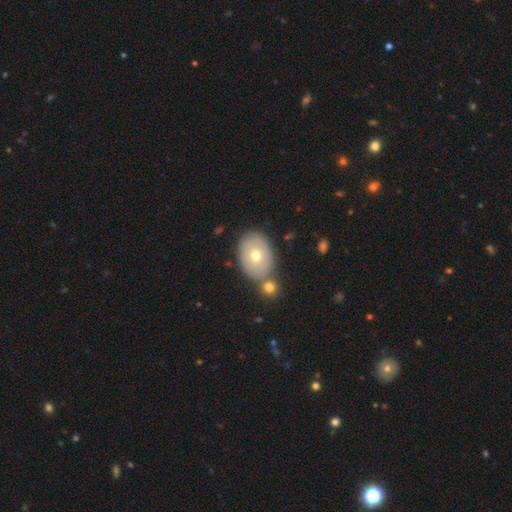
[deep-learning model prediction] Smooth or featured: smooth — 64% (featured or disk — 28%)
How rounded: in between — 75% (round — 24%)
Merging: none — 63% (merger — 21%)